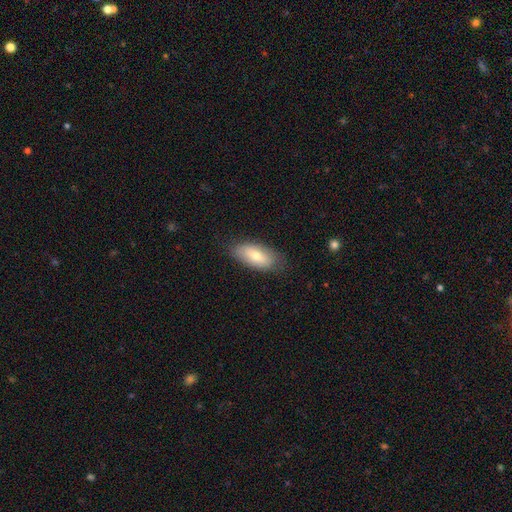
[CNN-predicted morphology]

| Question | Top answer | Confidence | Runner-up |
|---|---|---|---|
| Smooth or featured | smooth | 71% | featured or disk (22%) |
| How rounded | in between | 90% | cigar-shaped (7%) |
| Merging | none | 79% | minor disturbance (17%) |